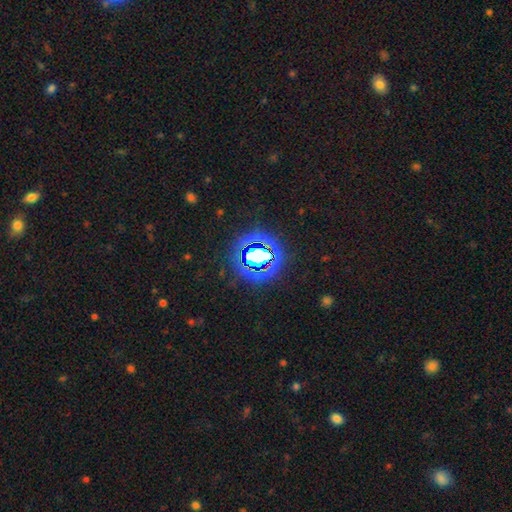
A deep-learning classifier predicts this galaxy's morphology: Smooth or featured?
  - star or artifact: 69% *
  - smooth: 19%
  - featured or disk: 12%